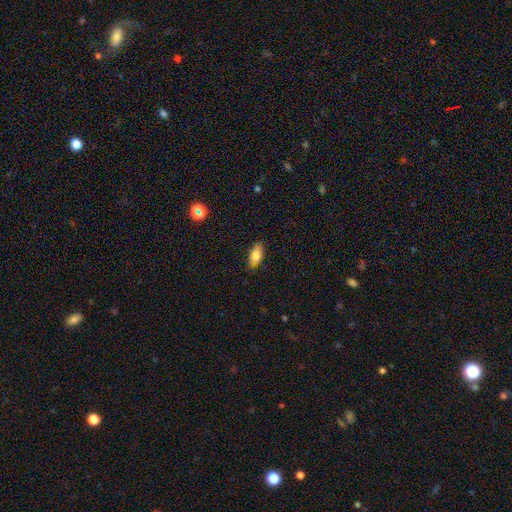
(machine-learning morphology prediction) type=smooth (79%); roundness=in between (86%); merging=none (85%).